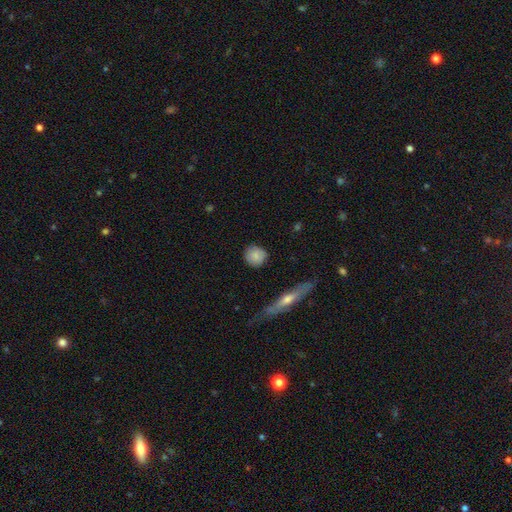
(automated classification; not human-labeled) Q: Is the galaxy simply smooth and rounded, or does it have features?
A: smooth — 80%.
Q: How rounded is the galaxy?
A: round — 87%.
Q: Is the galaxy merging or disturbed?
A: none — 84%.